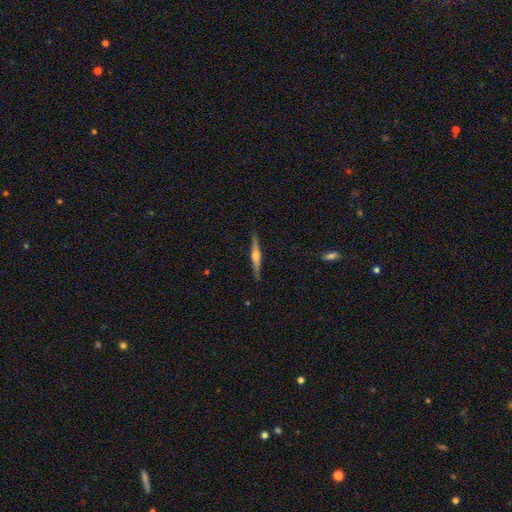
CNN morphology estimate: smooth_or_featured: featured or disk (p=0.69) [alt: smooth p=0.25]
disk_edge_on: yes (p=0.98) [alt: no p=0.02]
edge_on_bulge: rounded (p=0.80) [alt: boxy p=0.14]
merging: none (p=0.89) [alt: minor disturbance p=0.08]